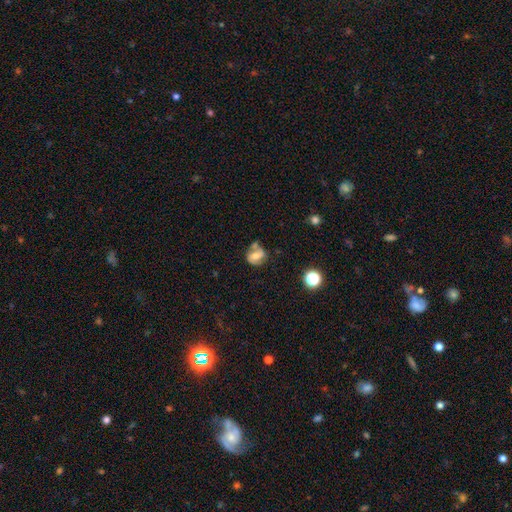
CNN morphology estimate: Smooth or featured: featured or disk — 51% (smooth — 39%)
Edge-on disk: no — 97% (yes — 3%)
Merging: none — 48% (merger — 22%)